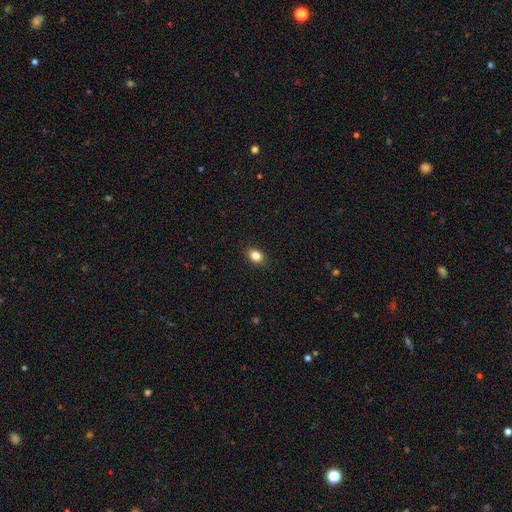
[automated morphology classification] Smooth or featured? Predicted: smooth (p=0.84). How rounded? Predicted: in between (p=0.62). Merging? Predicted: none (p=0.89).